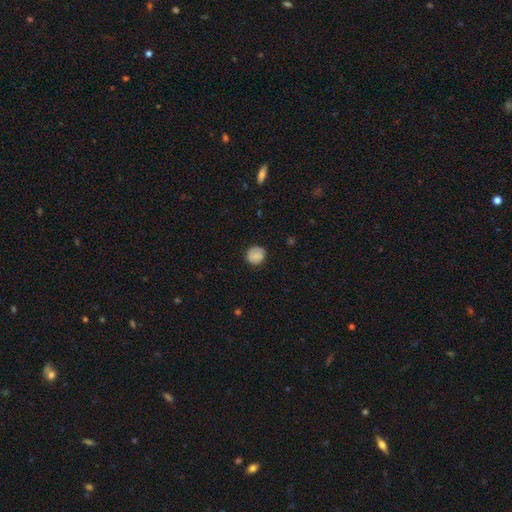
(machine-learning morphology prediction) Smooth or featured: smooth — 79% (featured or disk — 13%)
How rounded: round — 87% (in between — 13%)
Merging: none — 79% (minor disturbance — 16%)